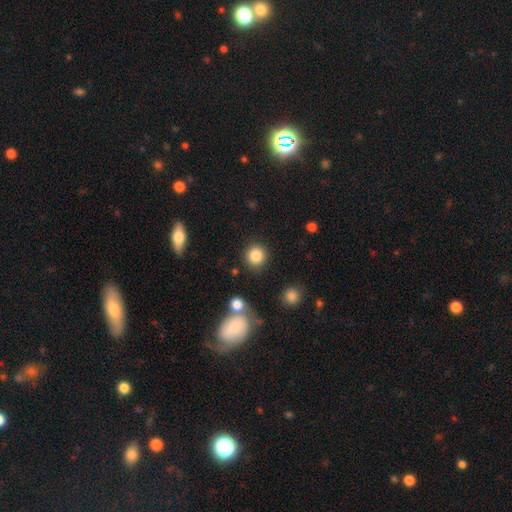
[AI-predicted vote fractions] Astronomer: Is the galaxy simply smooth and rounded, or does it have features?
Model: smooth — 85%.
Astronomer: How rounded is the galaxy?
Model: round — 91%.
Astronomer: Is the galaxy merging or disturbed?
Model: none — 85%.